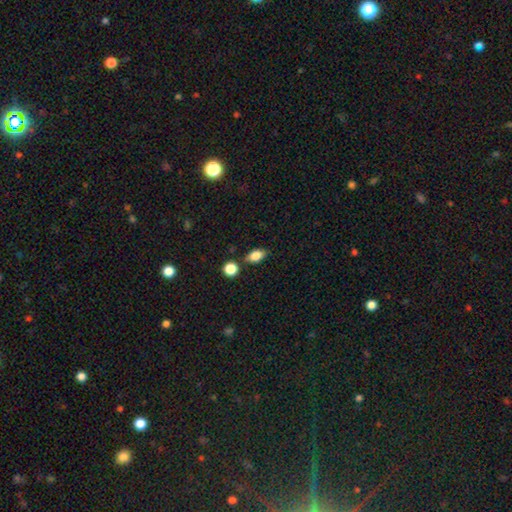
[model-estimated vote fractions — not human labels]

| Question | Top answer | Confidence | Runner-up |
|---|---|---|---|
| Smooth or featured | smooth | 82% | featured or disk (9%) |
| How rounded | in between | 84% | round (11%) |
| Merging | none | 78% | minor disturbance (12%) |